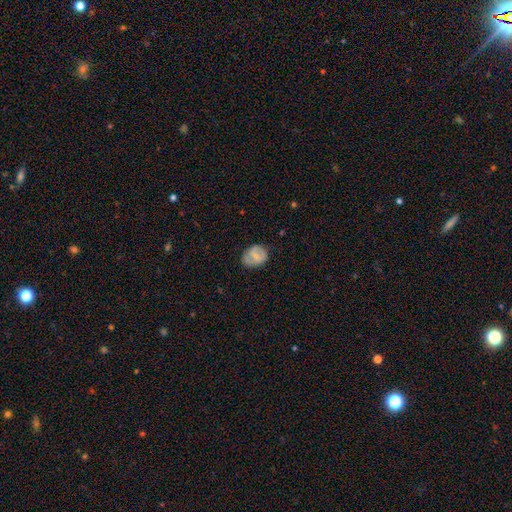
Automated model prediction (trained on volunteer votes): This is possibly a smooth galaxy (59%). How rounded: possibly in between (58%). Merging: likely none (66%).